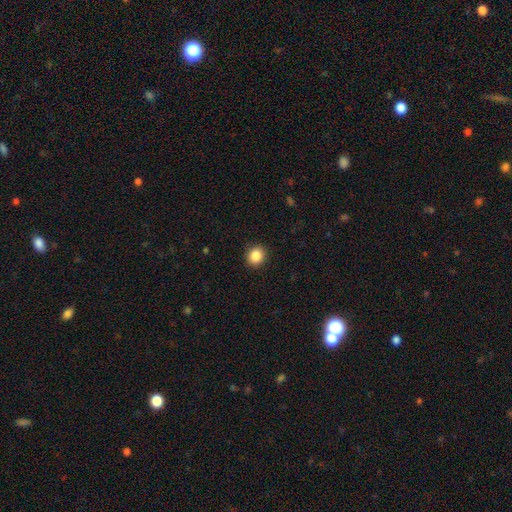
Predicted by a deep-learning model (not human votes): Smooth or featured? smooth (87%)
How rounded? round (84%)
Merging? none (92%)